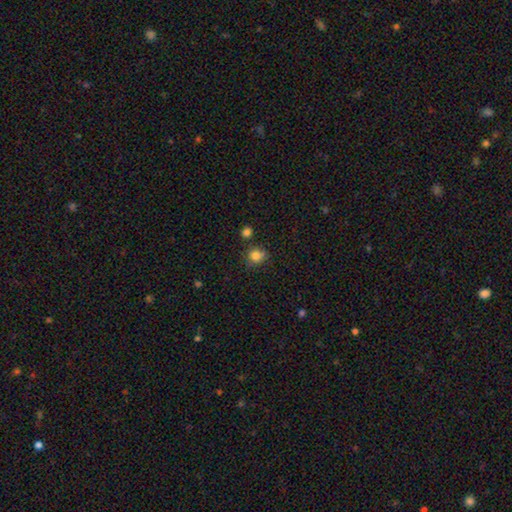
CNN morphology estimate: Q: Smooth or featured?
A: smooth (82%); runner-up: star or artifact (12%)
Q: How rounded?
A: round (83%); runner-up: in between (16%)
Q: Merging?
A: none (74%); runner-up: minor disturbance (15%)